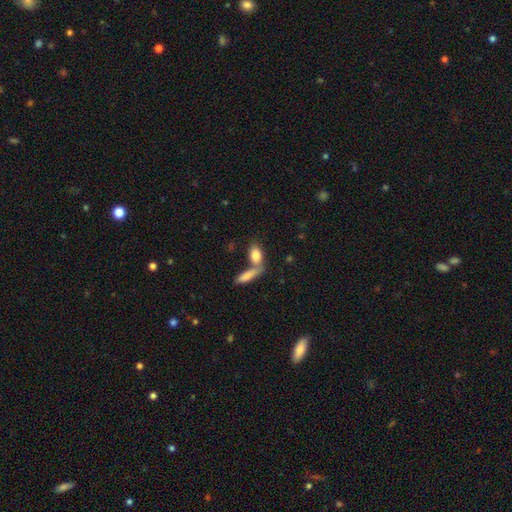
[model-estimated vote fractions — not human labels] This is clearly a smooth galaxy (81%). How rounded: clearly in between (81%). Merging: marginally merger (43%, tied with none).